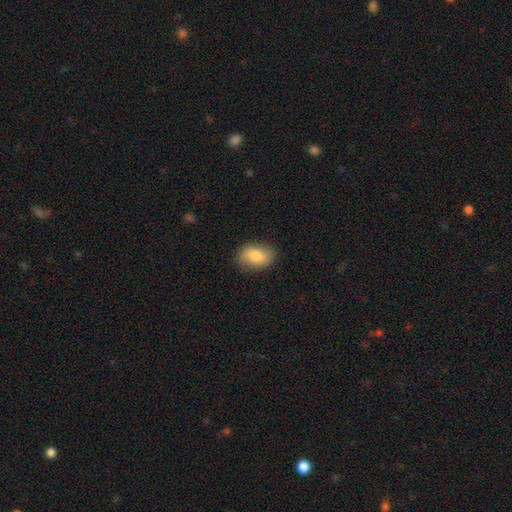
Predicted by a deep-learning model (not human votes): Smooth or featured?
  - smooth: 76% *
  - featured or disk: 17%
  - star or artifact: 7%
How rounded?
  - in between: 85% *
  - round: 13%
  - cigar-shaped: 2%
Merging?
  - none: 82% *
  - minor disturbance: 14%
  - major disturbance: 3%
  - merger: 1%